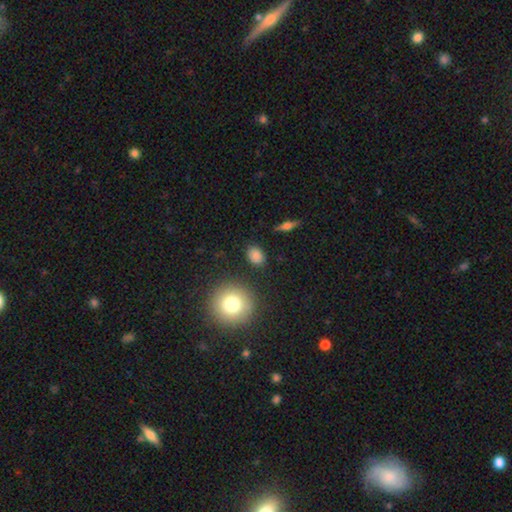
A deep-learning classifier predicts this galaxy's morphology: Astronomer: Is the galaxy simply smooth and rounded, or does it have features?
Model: smooth — 83%.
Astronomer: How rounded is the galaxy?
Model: in between — 61% (runner-up: round, 37%).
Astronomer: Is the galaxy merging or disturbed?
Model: none — 84%.